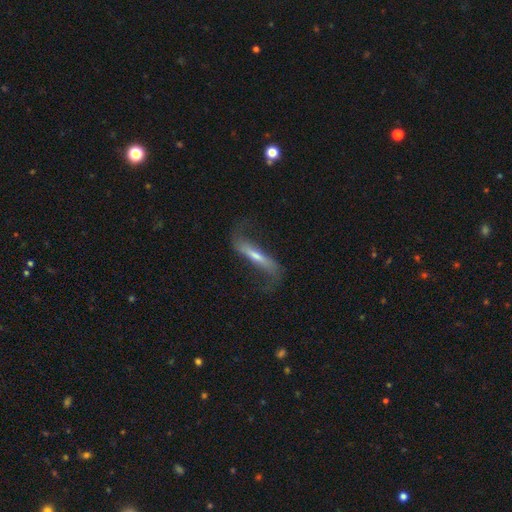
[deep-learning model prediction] This appears to be a featured or disk galaxy (77%). Merging: none (63%).